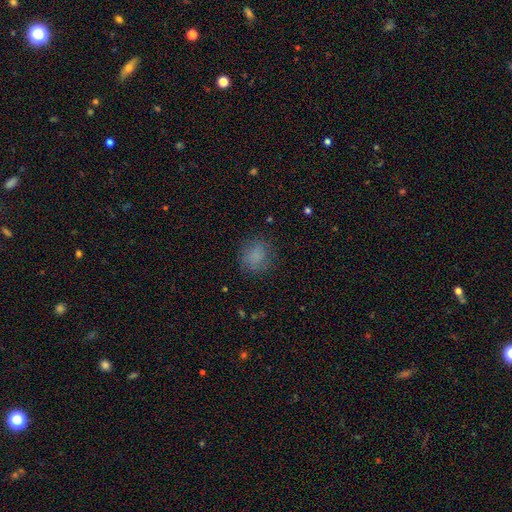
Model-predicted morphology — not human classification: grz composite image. It shows a smooth galaxy with no disk features (81%) that is round (79%). Merging: none (80%).